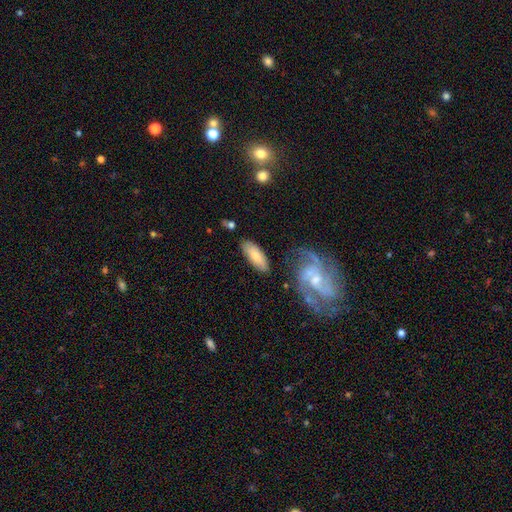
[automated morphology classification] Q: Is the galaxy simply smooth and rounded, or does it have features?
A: smooth — 75%.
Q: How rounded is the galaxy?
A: in between — 75%.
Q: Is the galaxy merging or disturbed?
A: none — 76%.